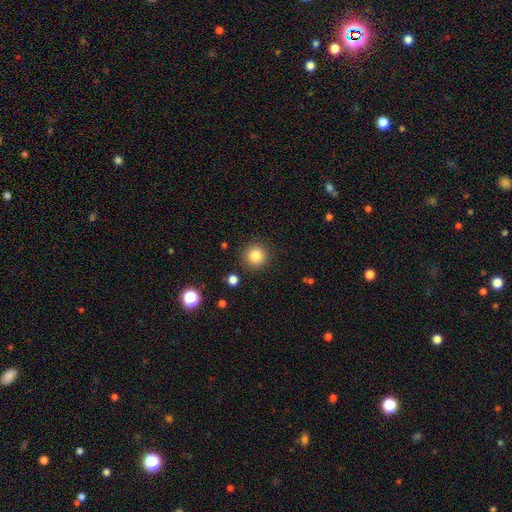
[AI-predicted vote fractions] This is clearly a smooth galaxy (84%). How rounded: clearly round (94%). Merging: clearly none (90%).